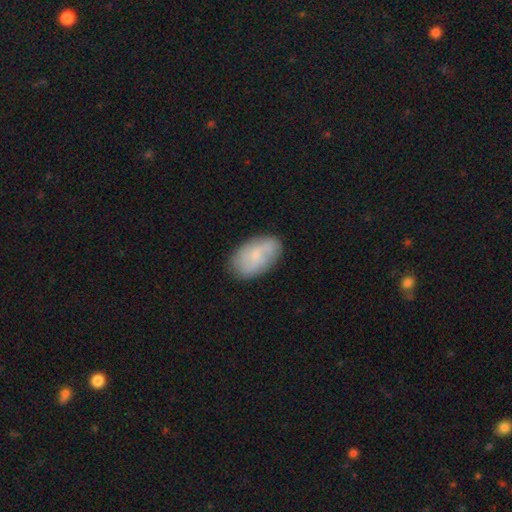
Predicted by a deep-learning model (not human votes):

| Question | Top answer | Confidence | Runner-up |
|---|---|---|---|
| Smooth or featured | smooth | 53% | featured or disk (40%) |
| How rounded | in between | 92% | round (6%) |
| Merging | none | 78% | minor disturbance (16%) |